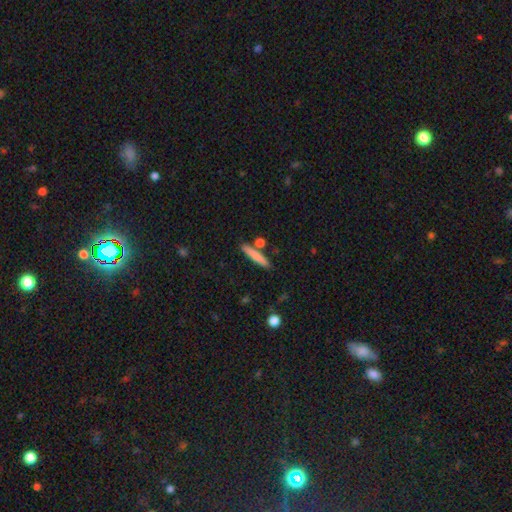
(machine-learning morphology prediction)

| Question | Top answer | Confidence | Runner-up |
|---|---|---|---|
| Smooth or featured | smooth | 77% | featured or disk (16%) |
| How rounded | cigar-shaped | 90% | in between (7%) |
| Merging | none | 82% | minor disturbance (9%) |